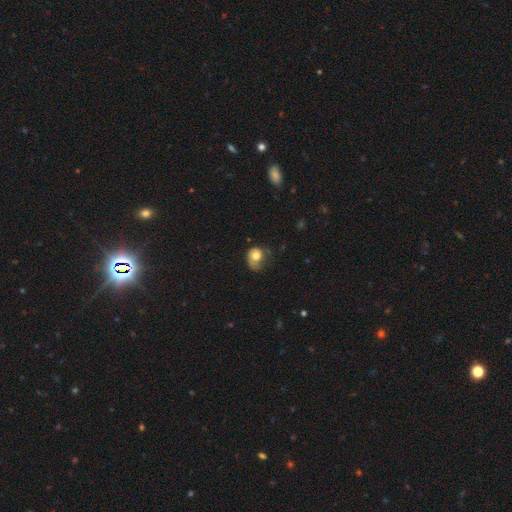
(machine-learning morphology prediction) smooth-or-featured: smooth: 70% | featured or disk: 22% | star or artifact: 9%
  how-rounded: round: 57% | in between: 43% | cigar-shaped: 1%
  merging: none: 35% (tied) | minor disturbance: 35% (tied) | major disturbance: 27% | merger: 3%